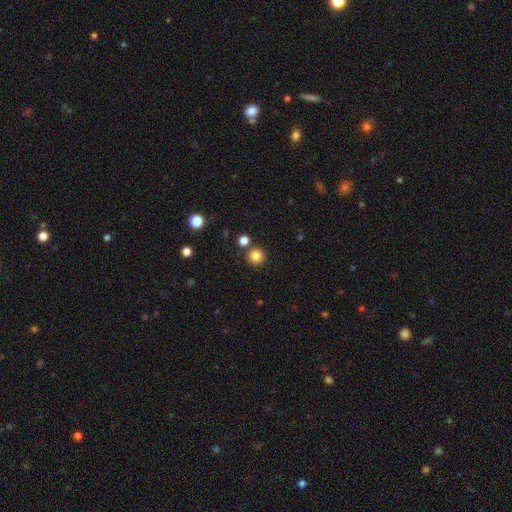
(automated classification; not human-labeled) Smooth or featured: smooth — 84% (star or artifact — 12%)
How rounded: round — 95% (in between — 4%)
Merging: none — 82% (merger — 9%)